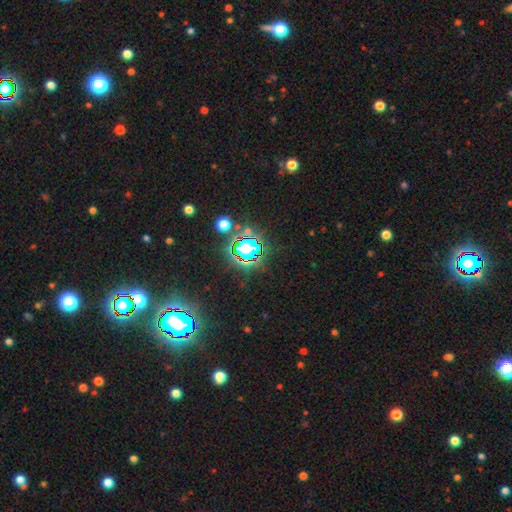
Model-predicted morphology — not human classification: A star or artifact, not a galaxy (70%).